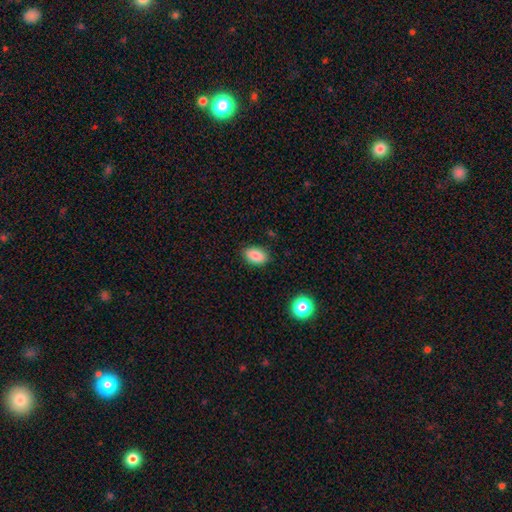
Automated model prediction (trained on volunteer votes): Smooth or featured?
  - smooth: 87% *
  - star or artifact: 8%
  - featured or disk: 5%
How rounded?
  - in between: 89% *
  - round: 9%
  - cigar-shaped: 2%
Merging?
  - none: 86% *
  - minor disturbance: 10%
  - major disturbance: 2%
  - merger: 1%